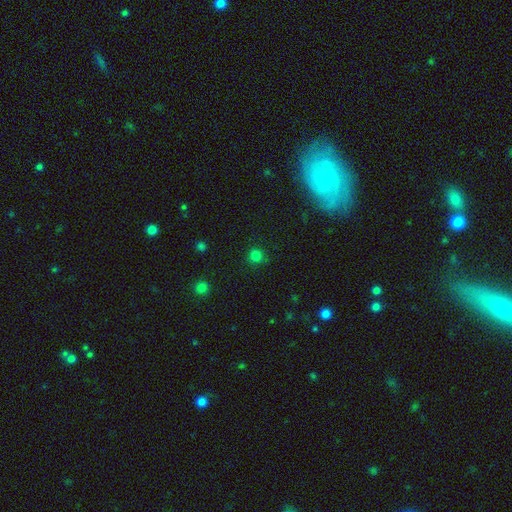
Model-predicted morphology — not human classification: A smooth galaxy with no disk features (78%) that is round (91%).

Vote fractions:
- Smooth or featured? smooth: 78% / star or artifact: 17% / featured or disk: 4%
- How rounded? round: 91% / in between: 8% / cigar-shaped: 1%
- Merging? none: 85% / minor disturbance: 10% / major disturbance: 3% / merger: 2%